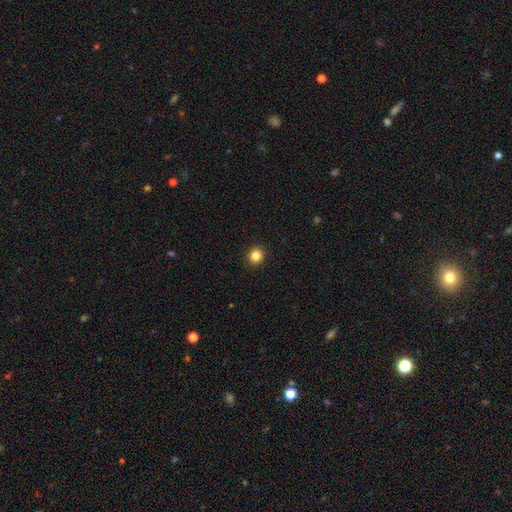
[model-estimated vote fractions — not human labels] Q: Smooth or featured?
A: smooth (84%); runner-up: star or artifact (11%)
Q: How rounded?
A: round (89%); runner-up: in between (10%)
Q: Merging?
A: none (93%); runner-up: minor disturbance (5%)